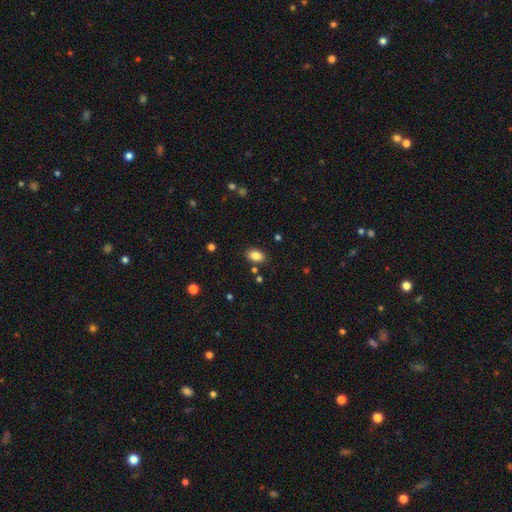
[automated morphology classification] The model was most divided on "merging": none: 83%, minor disturbance: 10%, merger: 3%, major disturbance: 3%. More confident: how rounded — in between (88%); smooth or featured — smooth (84%).